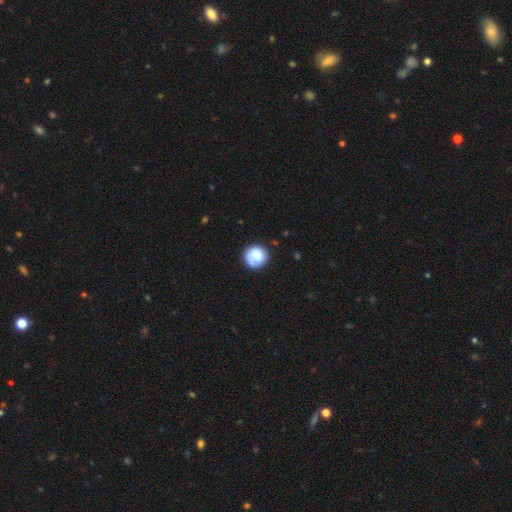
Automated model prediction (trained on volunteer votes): Overall: smooth (79%). How rounded: round (94%). Merging: none (80%).